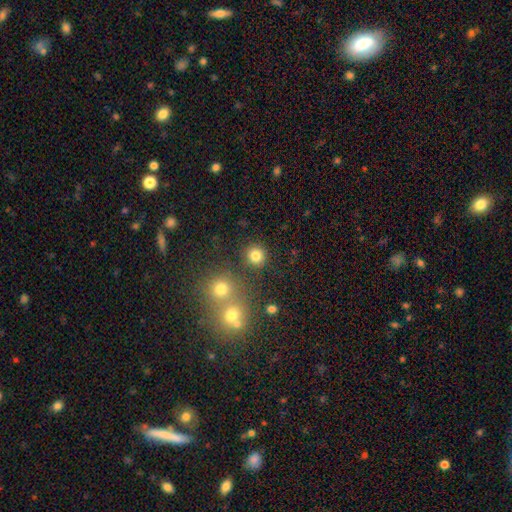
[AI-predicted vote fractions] The model was most divided on "smooth or featured": smooth: 81%, star or artifact: 13%, featured or disk: 5%. More confident: how rounded — round (93%); merging — none (86%).